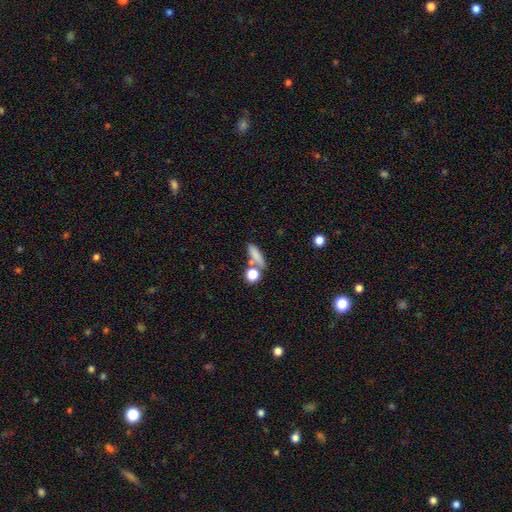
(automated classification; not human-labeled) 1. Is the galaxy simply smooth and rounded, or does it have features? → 79% smooth, 11% star or artifact, 11% featured or disk.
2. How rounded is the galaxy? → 44% cigar-shaped, 43% in between, 13% round.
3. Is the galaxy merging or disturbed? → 59% none, 22% merger, 13% minor disturbance, 6% major disturbance.